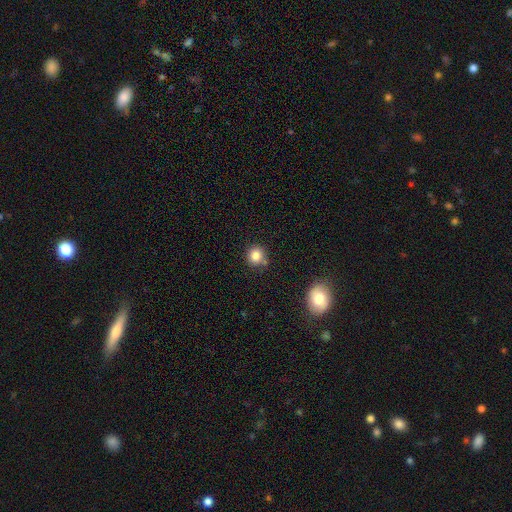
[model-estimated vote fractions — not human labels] This is clearly a smooth galaxy (82%). How rounded: clearly round (91%). Merging: likely none (76%).